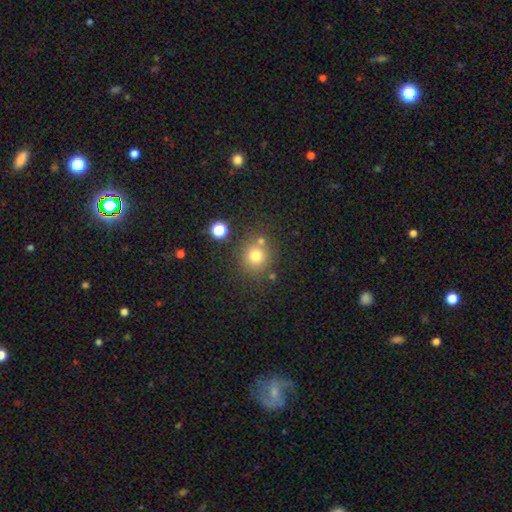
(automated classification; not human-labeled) Morphology: type=smooth (75%); roundness=round (89%); merging=none (74%).